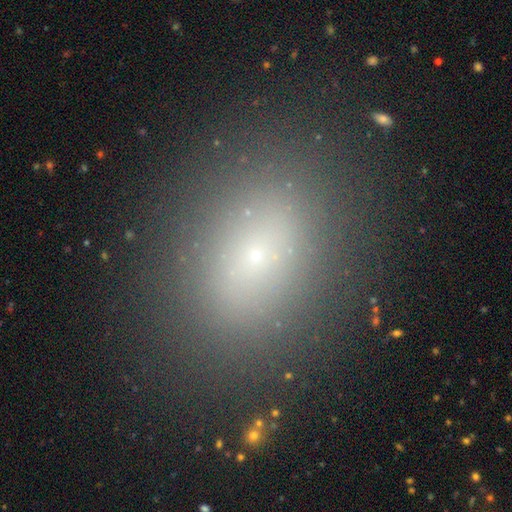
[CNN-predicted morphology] A smooth galaxy with no disk features (61%) that is in between round and cigar-shaped (68%).

Vote fractions:
- Smooth or featured? smooth: 61% / star or artifact: 23% / featured or disk: 16%
- How rounded? in between: 68% / round: 30% / cigar-shaped: 3%
- Merging? none: 84% / minor disturbance: 10% / major disturbance: 4% / merger: 2%